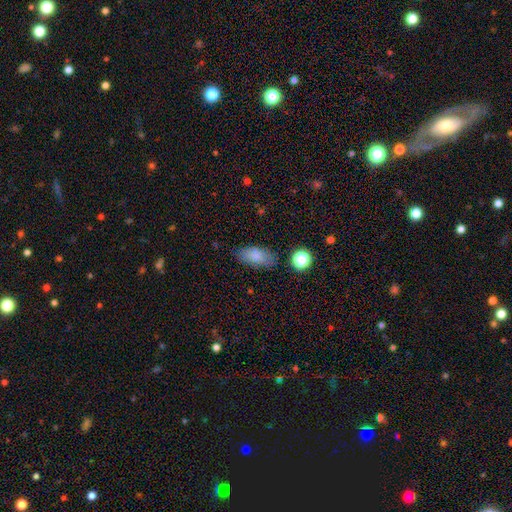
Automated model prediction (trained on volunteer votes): Smooth or featured: smooth — 82% (star or artifact — 9%)
How rounded: in between — 88% (cigar-shaped — 7%)
Merging: none — 76% (minor disturbance — 17%)